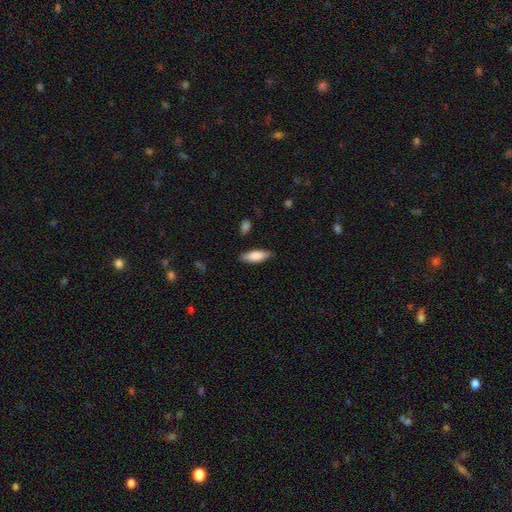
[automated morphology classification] Q: Smooth or featured?
A: smooth (81%); runner-up: featured or disk (13%)
Q: How rounded?
A: in between (63%); runner-up: cigar-shaped (35%)
Q: Merging?
A: none (82%); runner-up: minor disturbance (14%)